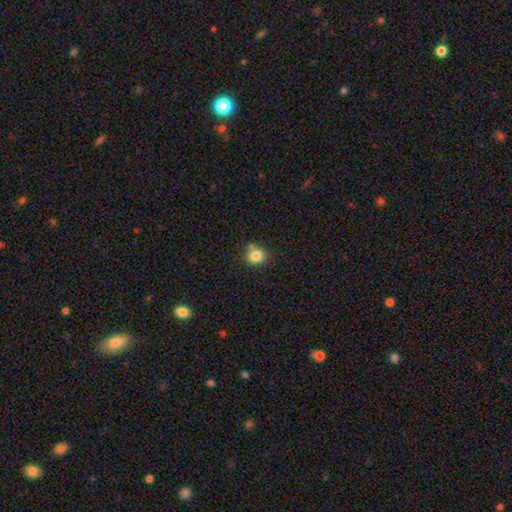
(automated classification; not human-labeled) This appears to be a smooth galaxy with no disk features (82%) that is round (84%). Merging: none (69%).